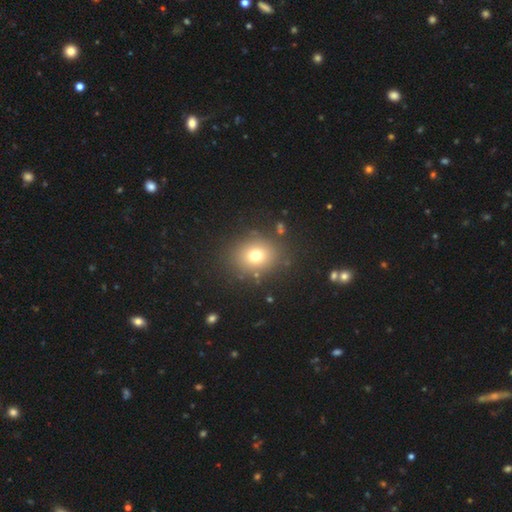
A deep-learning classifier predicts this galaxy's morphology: Smooth or featured? Predicted: smooth (p=0.73). How rounded? Predicted: round (p=0.65). Merging? Predicted: none (p=0.84).